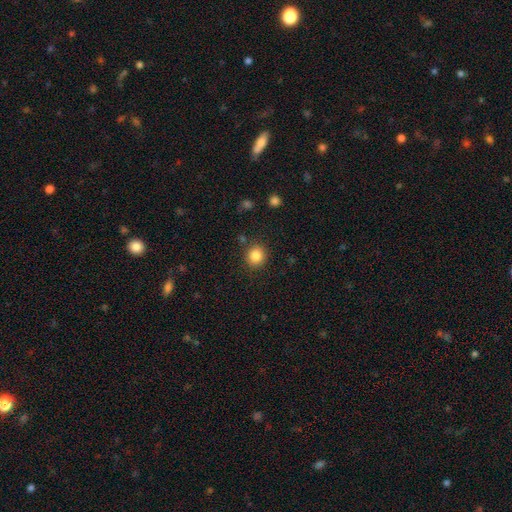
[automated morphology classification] type=smooth (85%); roundness=round (88%); merging=none (87%).